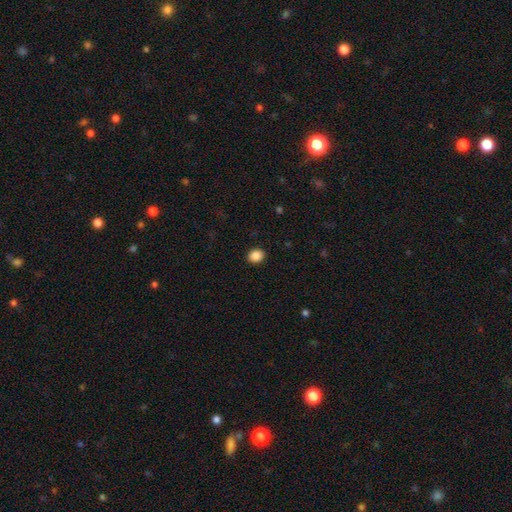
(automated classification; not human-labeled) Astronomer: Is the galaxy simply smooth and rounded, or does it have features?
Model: smooth — 88%.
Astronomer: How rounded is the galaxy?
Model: round — 62%.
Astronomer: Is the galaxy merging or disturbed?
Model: none — 91%.